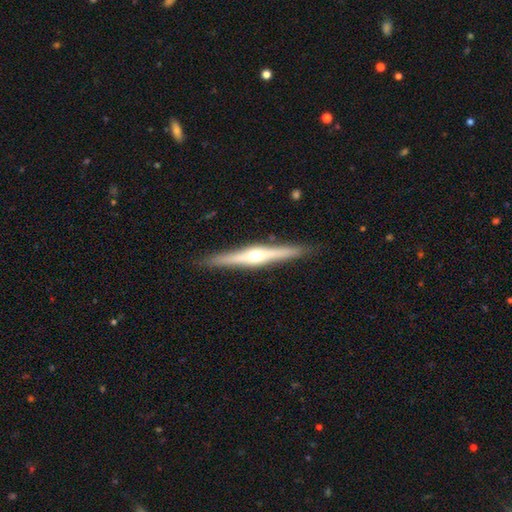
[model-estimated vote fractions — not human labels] This is likely a featured or disk galaxy (77%). It is clearly viewed edge-on (98%). Edge-on bulge: clearly rounded (91%). Merging: clearly none (90%).